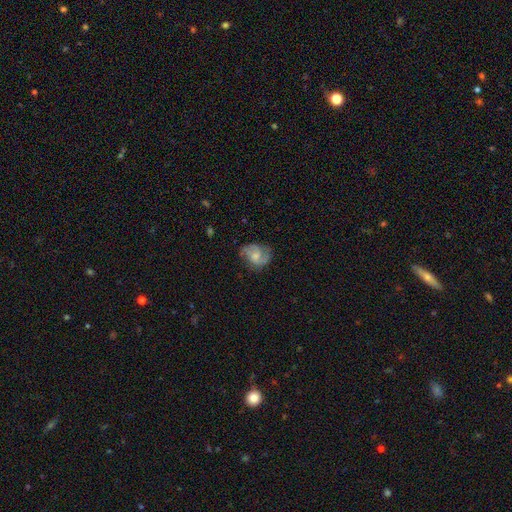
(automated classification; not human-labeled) Smooth or featured? featured or disk (60%)
Edge-on disk? no (97%)
Bar? no (64%)
Spiral arms? yes (87%)
Spiral winding? medium (48%)
Spiral arm count? 2 (66%)
Bulge size? small (45%)
Merging? none (64%)